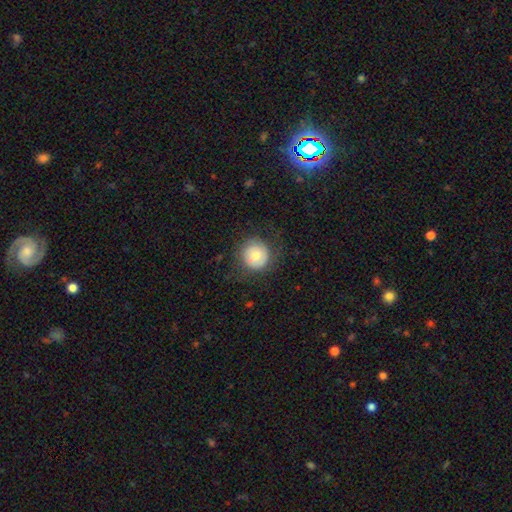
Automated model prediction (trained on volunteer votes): smooth-or-featured: smooth: 63% | featured or disk: 29% | star or artifact: 8%
  how-rounded: round: 92% | in between: 7% | cigar-shaped: 1%
  merging: none: 74% | minor disturbance: 16% | major disturbance: 9% | merger: 1%